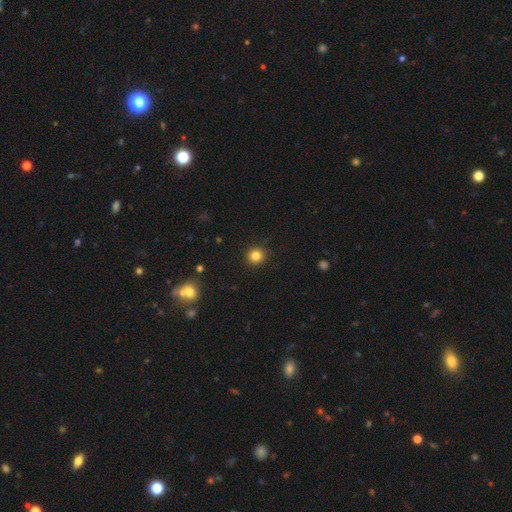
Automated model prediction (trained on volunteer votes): A smooth galaxy with no disk features (84%) that is round (94%). Merging: none (92%).